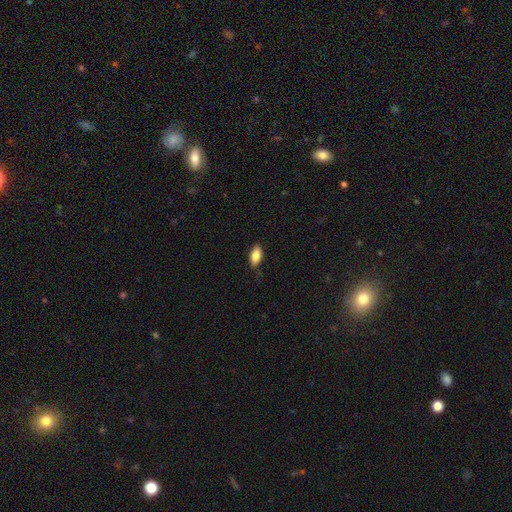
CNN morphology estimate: type=smooth (84%); roundness=in between (90%); merging=none (84%).